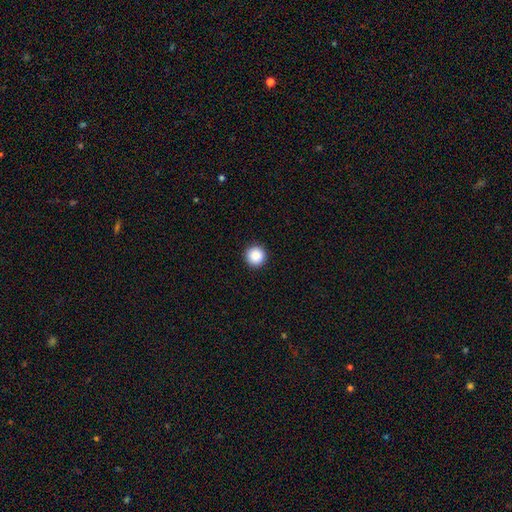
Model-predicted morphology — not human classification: Smooth or featured: smooth — 89% (star or artifact — 8%)
How rounded: round — 97% (in between — 2%)
Merging: none — 93% (minor disturbance — 4%)